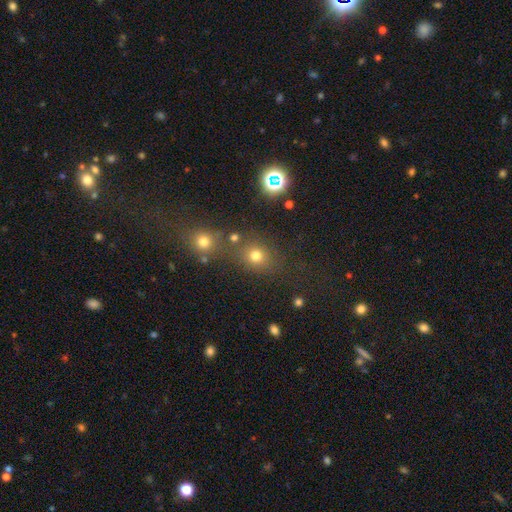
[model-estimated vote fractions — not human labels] This appears to be a smooth galaxy with no disk features (72%) that is round (73%). Merging: none (66%).